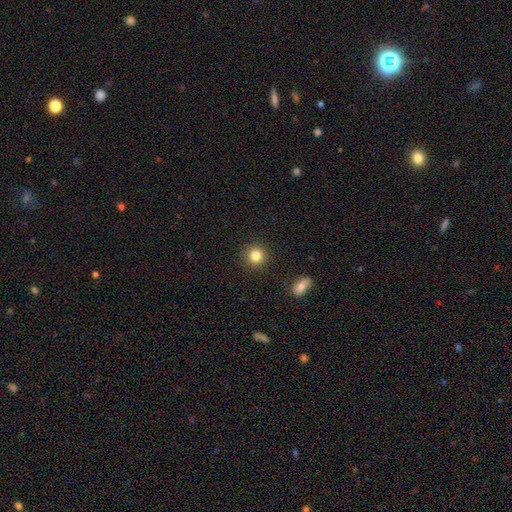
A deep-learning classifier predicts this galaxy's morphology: This is clearly a smooth galaxy (84%). How rounded: clearly round (92%). Merging: clearly none (90%).